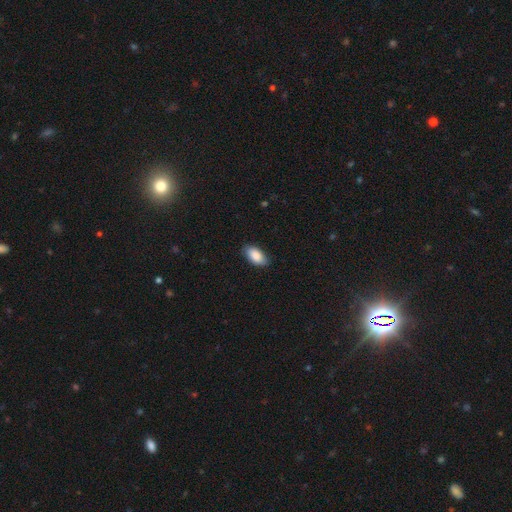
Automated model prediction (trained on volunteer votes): smooth-or-featured: smooth: 88% | star or artifact: 6% | featured or disk: 6%
  how-rounded: in between: 94% | round: 3% | cigar-shaped: 3%
  merging: none: 84% | minor disturbance: 13% | major disturbance: 2% | merger: 1%